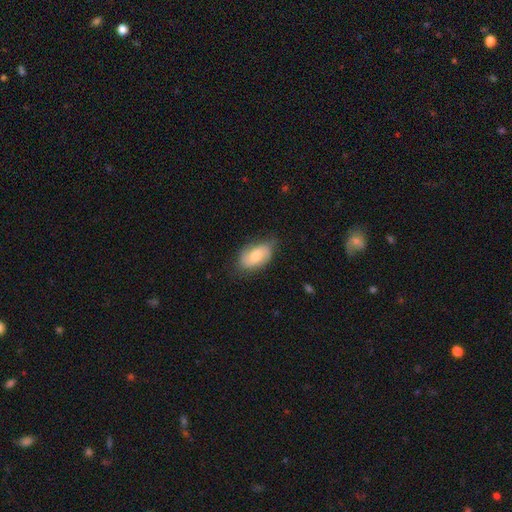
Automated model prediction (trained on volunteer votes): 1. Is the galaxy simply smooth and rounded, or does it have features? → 50% smooth, 43% featured or disk, 7% star or artifact.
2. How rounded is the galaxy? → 90% in between, 7% round, 3% cigar-shaped.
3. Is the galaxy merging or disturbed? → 67% none, 25% minor disturbance, 7% major disturbance, 1% merger.